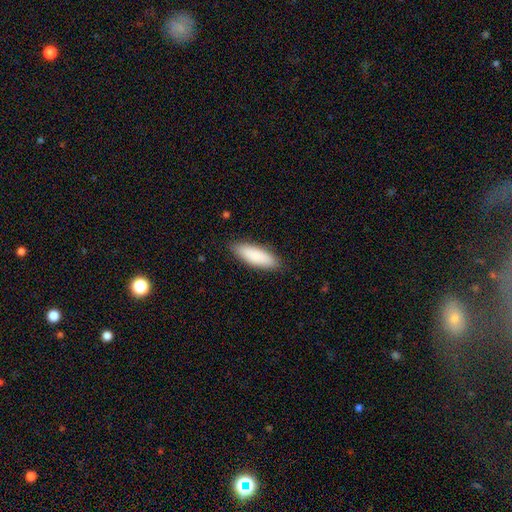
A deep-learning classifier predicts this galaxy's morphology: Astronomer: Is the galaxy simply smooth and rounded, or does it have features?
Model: smooth — 87%.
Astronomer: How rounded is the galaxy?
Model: in between — 55% (runner-up: cigar-shaped, 44%).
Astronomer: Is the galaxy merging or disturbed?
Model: none — 87%.